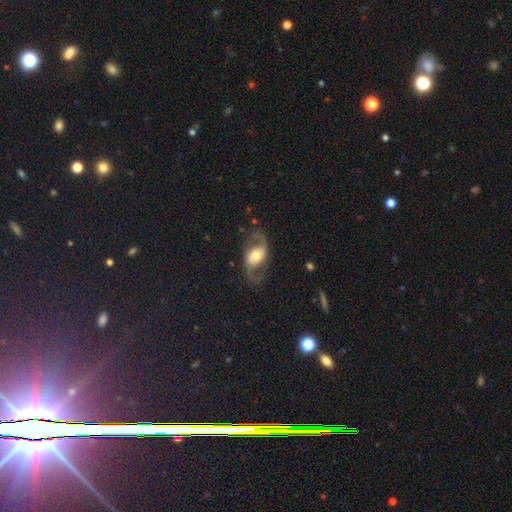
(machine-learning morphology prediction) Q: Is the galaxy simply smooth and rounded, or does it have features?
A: featured or disk — 78%.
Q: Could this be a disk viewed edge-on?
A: no — 95%.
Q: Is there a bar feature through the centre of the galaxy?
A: no — 44%.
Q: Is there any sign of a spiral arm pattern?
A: yes — 89%.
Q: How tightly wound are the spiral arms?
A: loose — 54%.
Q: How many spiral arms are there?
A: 2 — 92%.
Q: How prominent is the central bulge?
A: moderate — 60%.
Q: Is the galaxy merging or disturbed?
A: none — 73%.